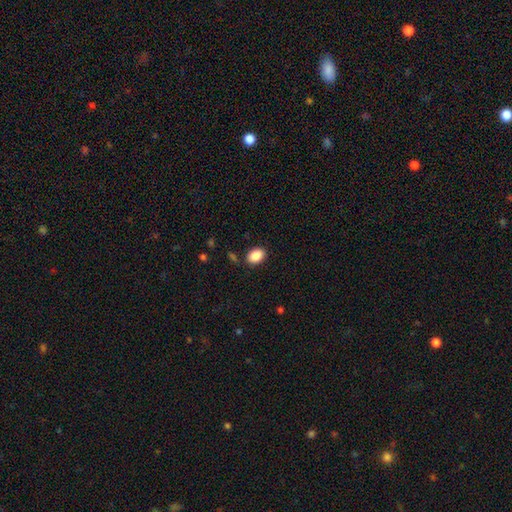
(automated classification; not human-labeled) A smooth galaxy with no disk features (88%) that is in between round and cigar-shaped (82%).

Vote fractions:
- Smooth or featured? smooth: 88% / star or artifact: 8% / featured or disk: 4%
- How rounded? in between: 82% / round: 17% / cigar-shaped: 1%
- Merging? none: 85% / minor disturbance: 10% / major disturbance: 3% / merger: 2%